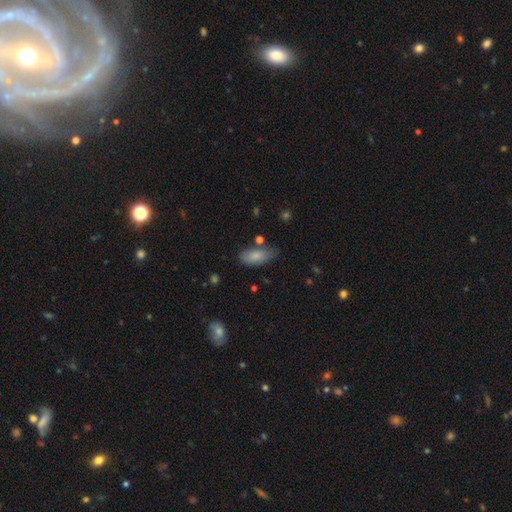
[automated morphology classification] A smooth galaxy with no disk features (83%) that is in between round and cigar-shaped (87%).

Vote fractions:
- Smooth or featured? smooth: 83% / featured or disk: 10% / star or artifact: 7%
- How rounded? in between: 87% / cigar-shaped: 11% / round: 2%
- Merging? none: 66% / minor disturbance: 24% / major disturbance: 5% / merger: 5%